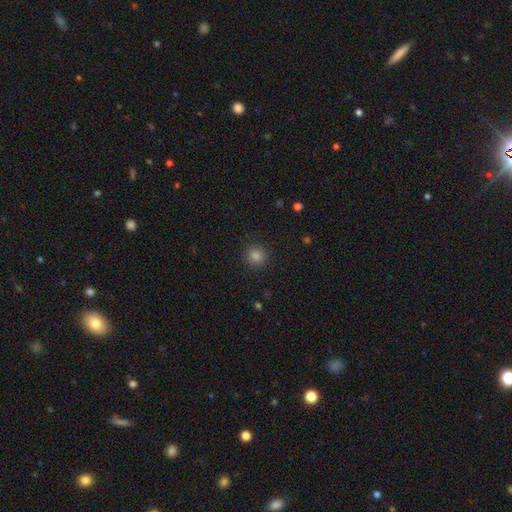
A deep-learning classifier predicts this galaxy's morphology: Q: Smooth or featured?
A: smooth (81%); runner-up: star or artifact (14%)
Q: How rounded?
A: round (93%); runner-up: in between (6%)
Q: Merging?
A: none (92%); runner-up: minor disturbance (5%)